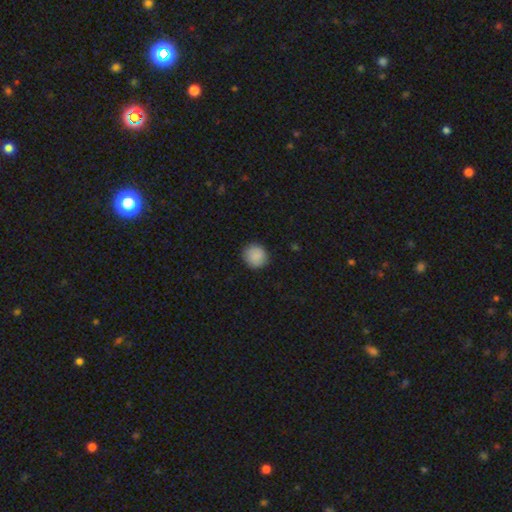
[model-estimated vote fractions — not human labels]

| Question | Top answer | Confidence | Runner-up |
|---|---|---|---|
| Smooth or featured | smooth | 87% | star or artifact (7%) |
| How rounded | round | 90% | in between (9%) |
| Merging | none | 89% | minor disturbance (8%) |